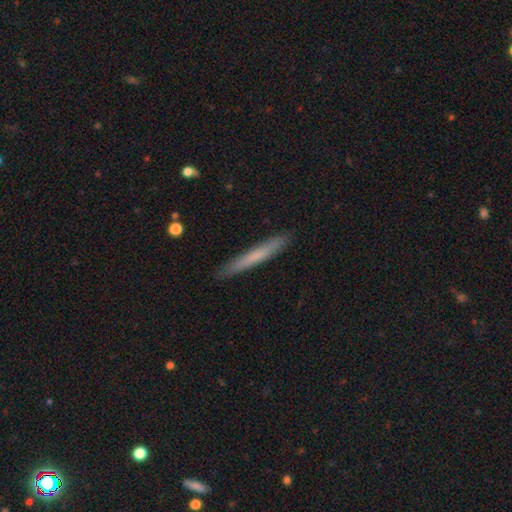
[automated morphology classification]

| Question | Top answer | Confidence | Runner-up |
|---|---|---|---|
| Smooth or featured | smooth | 64% | featured or disk (30%) |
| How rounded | cigar-shaped | 97% | in between (2%) |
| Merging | none | 90% | minor disturbance (8%) |